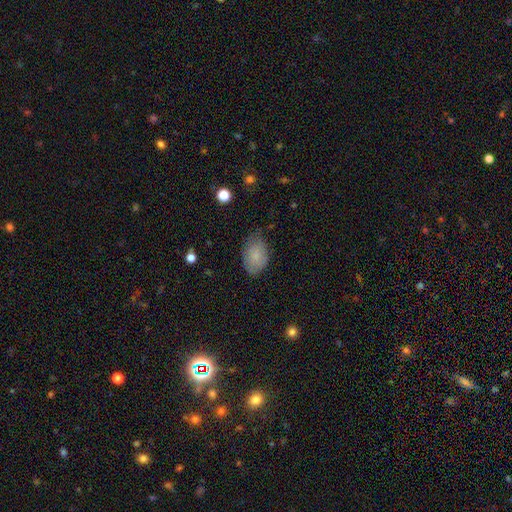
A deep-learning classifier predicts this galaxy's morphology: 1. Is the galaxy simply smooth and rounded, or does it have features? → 79% smooth, 14% featured or disk, 7% star or artifact.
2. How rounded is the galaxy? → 87% in between, 12% round, 1% cigar-shaped.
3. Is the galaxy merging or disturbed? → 68% none, 26% minor disturbance, 5% major disturbance, 1% merger.